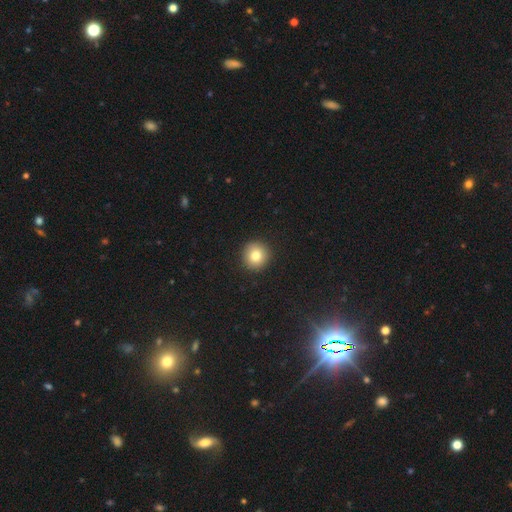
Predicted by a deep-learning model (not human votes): smooth 81%, star or artifact 11%, featured or disk 9%. Down the decision tree: how rounded — round (94%); merging — none (93%).